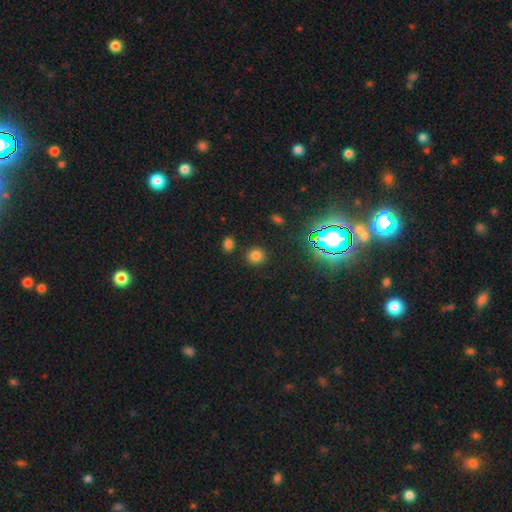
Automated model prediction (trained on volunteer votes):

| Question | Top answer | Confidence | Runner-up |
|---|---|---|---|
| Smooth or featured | smooth | 75% | star or artifact (20%) |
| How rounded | round | 86% | in between (13%) |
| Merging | none | 87% | minor disturbance (7%) |